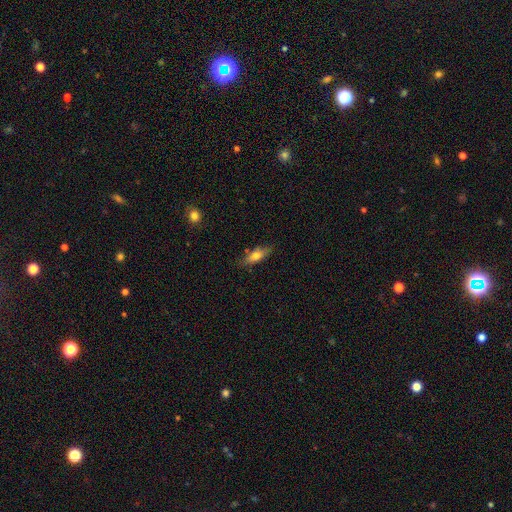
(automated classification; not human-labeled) Morphology: type=smooth (62%); roundness=in between (56%); merging=none (79%).